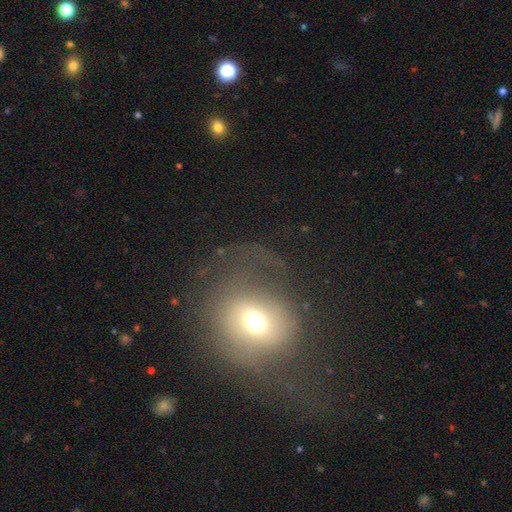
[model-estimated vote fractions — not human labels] Q: Smooth or featured?
A: smooth (46%); runner-up: featured or disk (39%)
Q: Merging?
A: none (42%); runner-up: major disturbance (35%)